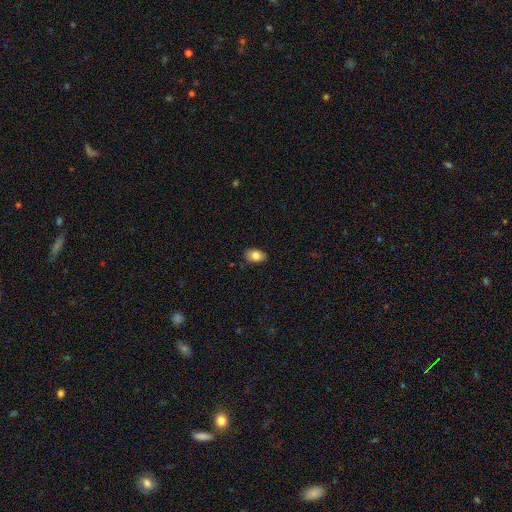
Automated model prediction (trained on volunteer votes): Q: Smooth or featured?
A: smooth (82%); runner-up: featured or disk (10%)
Q: How rounded?
A: in between (88%); runner-up: round (11%)
Q: Merging?
A: none (83%); runner-up: minor disturbance (14%)